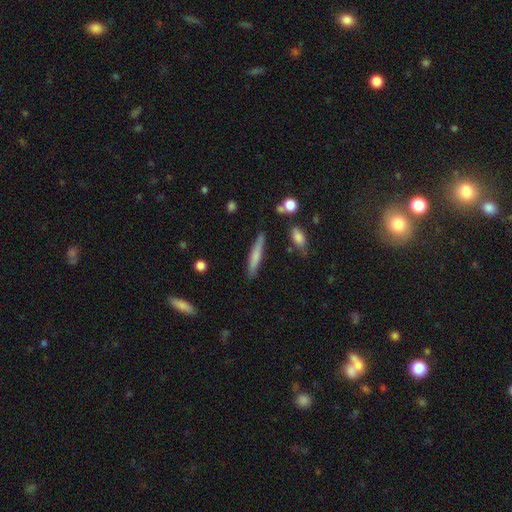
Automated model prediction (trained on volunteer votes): A smooth galaxy with no disk features (68%) that is cigar-shaped (92%).

Vote fractions:
- Smooth or featured? smooth: 68% / featured or disk: 26% / star or artifact: 6%
- How rounded? cigar-shaped: 92% / in between: 7% / round: 2%
- Merging? none: 83% / minor disturbance: 11% / merger: 3% / major disturbance: 2%